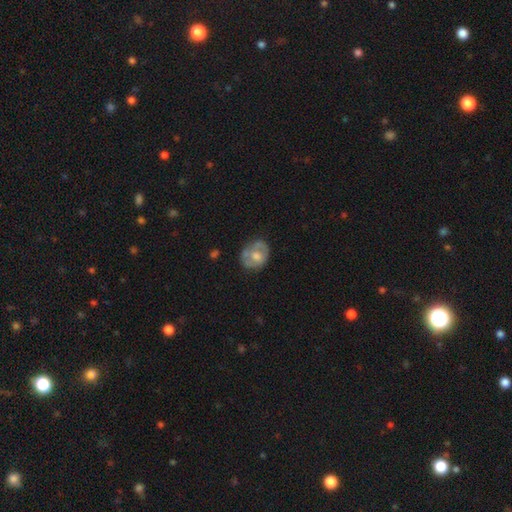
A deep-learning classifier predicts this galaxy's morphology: Overall: smooth (47%; featured or disk 46%). Merging: none (60%; minor disturbance 25%).